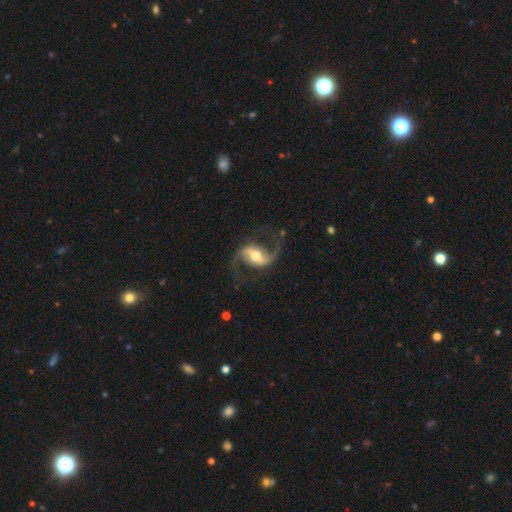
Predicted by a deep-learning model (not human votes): Overall: featured or disk (91%). Edge-on disk: no (97%). Bar: weak (40%; strong 39%). Spiral arms: yes (97%). Spiral arm count: 2 (94%). Spiral winding: loose (60%; medium 34%). Bulge size: moderate (67%). Merging: none (79%).